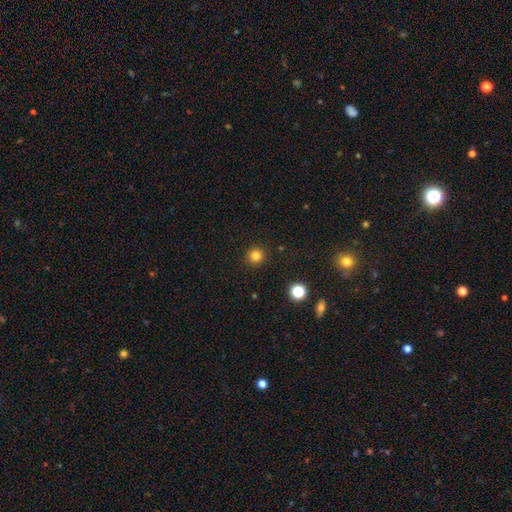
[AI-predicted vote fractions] smooth-or-featured: smooth: 81% | star or artifact: 14% | featured or disk: 5%
  how-rounded: round: 94% | in between: 5% | cigar-shaped: 1%
  merging: none: 92% | minor disturbance: 5% | major disturbance: 2% | merger: 1%